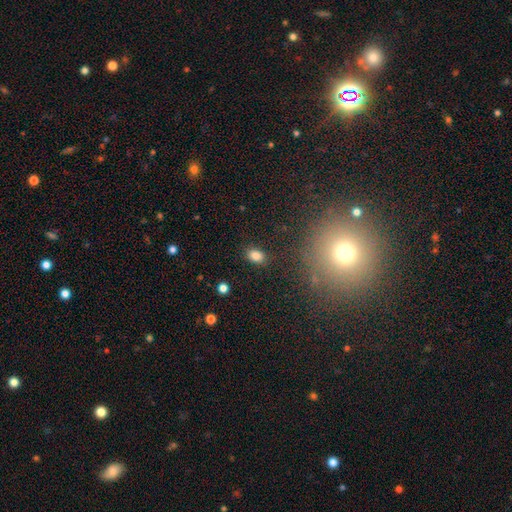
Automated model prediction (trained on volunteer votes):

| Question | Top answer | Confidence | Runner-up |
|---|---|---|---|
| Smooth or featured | smooth | 84% | star or artifact (11%) |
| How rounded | in between | 74% | round (25%) |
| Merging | none | 85% | minor disturbance (10%) |